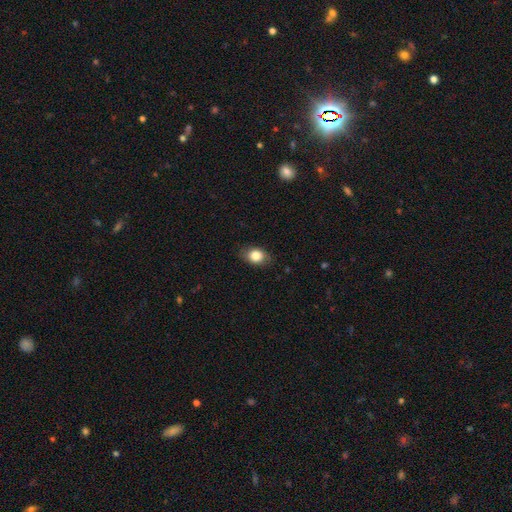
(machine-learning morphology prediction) This is clearly a smooth galaxy (82%). How rounded: likely in between (71%). Merging: clearly none (82%).